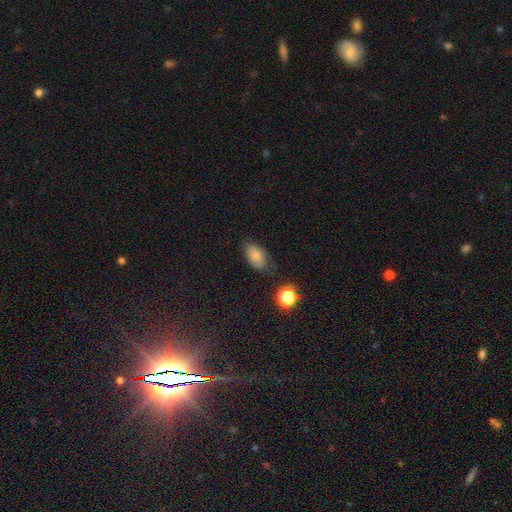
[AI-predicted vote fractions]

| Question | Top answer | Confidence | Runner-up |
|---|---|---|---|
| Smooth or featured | smooth | 79% | star or artifact (11%) |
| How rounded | in between | 90% | round (8%) |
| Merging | none | 68% | minor disturbance (23%) |